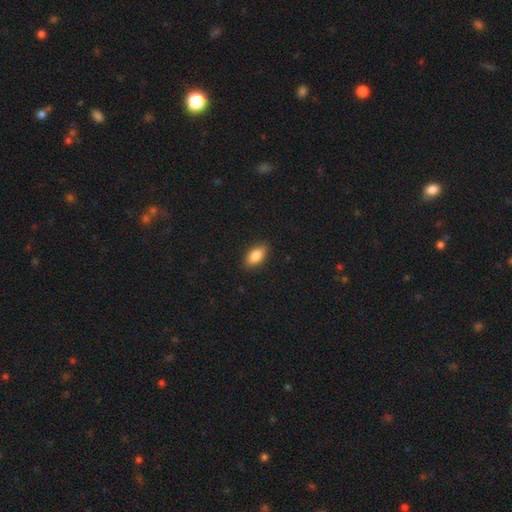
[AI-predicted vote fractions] Smooth or featured: smooth — 85% (featured or disk — 8%)
How rounded: in between — 90% (cigar-shaped — 5%)
Merging: none — 87% (minor disturbance — 10%)